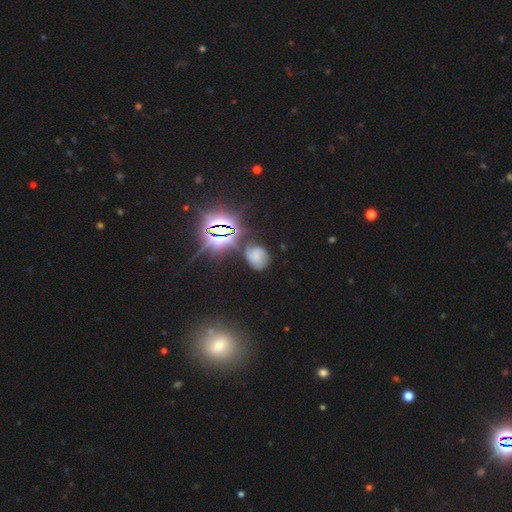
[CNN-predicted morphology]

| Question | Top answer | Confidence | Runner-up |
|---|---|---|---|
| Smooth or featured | featured or disk | 37% | tied: smooth (37%) |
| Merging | none | 63% | minor disturbance (22%) |